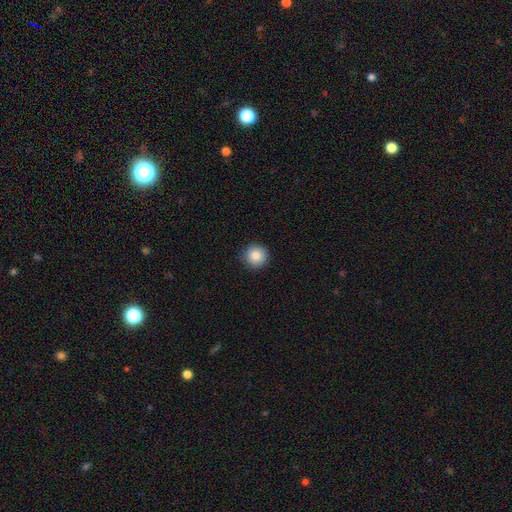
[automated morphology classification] Smooth or featured: smooth — 87% (star or artifact — 9%)
How rounded: round — 95% (in between — 4%)
Merging: none — 89% (minor disturbance — 8%)